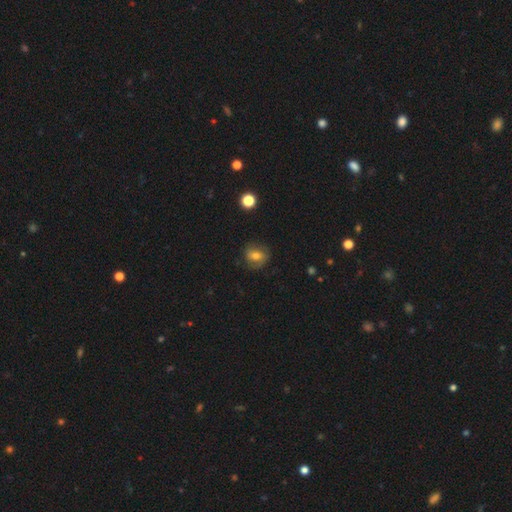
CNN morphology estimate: Smooth or featured?
  - smooth: 47% *
  - featured or disk: 43%
  - star or artifact: 10%
Merging?
  - none: 73% *
  - minor disturbance: 18%
  - major disturbance: 7%
  - merger: 1%